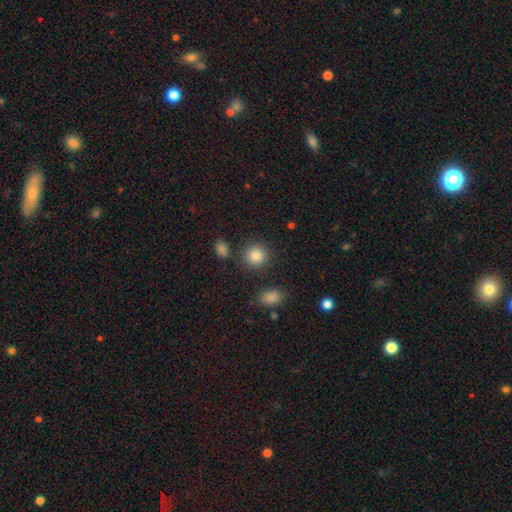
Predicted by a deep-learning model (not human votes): Smooth or featured?
  - smooth: 85% *
  - star or artifact: 10%
  - featured or disk: 5%
How rounded?
  - round: 89% *
  - in between: 10%
  - cigar-shaped: 1%
Merging?
  - none: 84% *
  - minor disturbance: 8%
  - merger: 5%
  - major disturbance: 3%